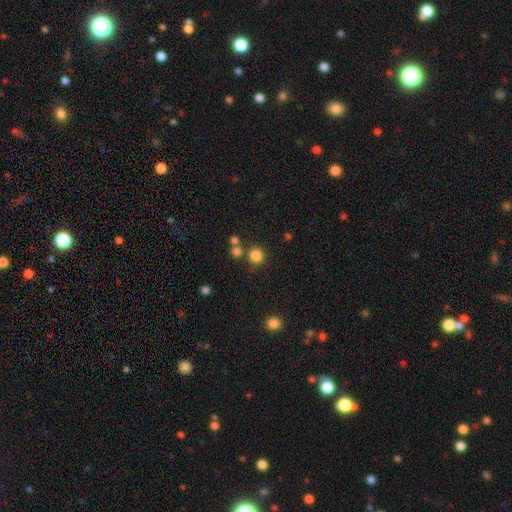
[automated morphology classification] Overall: smooth (82%). How rounded: round (87%). Merging: none (74%).